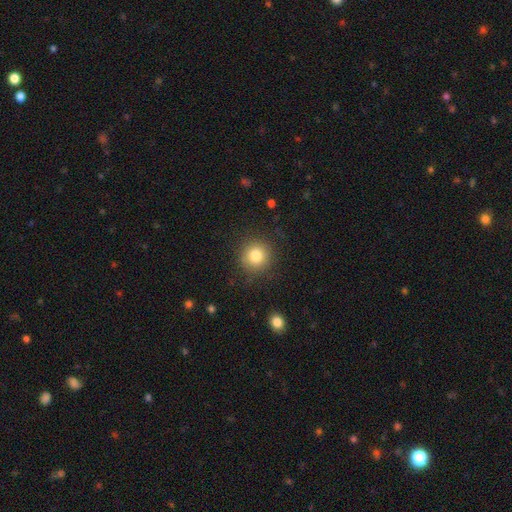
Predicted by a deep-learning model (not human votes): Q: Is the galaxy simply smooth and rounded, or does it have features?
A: smooth — 81%.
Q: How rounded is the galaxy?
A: round — 93%.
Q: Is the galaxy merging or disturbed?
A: none — 88%.